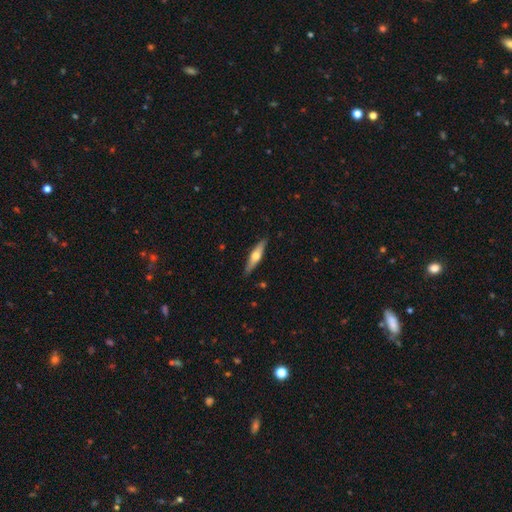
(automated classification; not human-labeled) Smooth or featured? Predicted: featured or disk (p=0.52). Edge-on disk? Predicted: yes (p=0.92). Merging? Predicted: none (p=0.88).